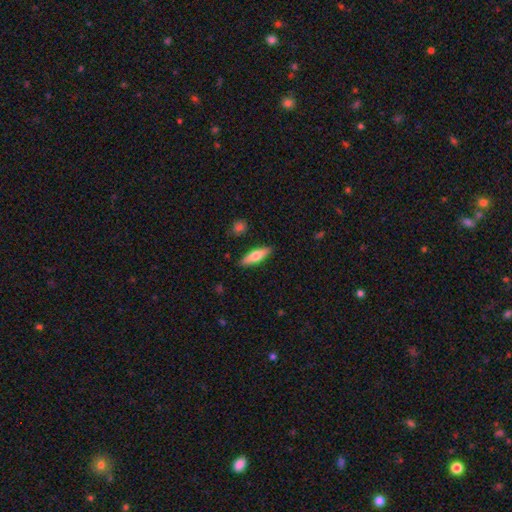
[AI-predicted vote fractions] Smooth or featured? Predicted: smooth (p=0.63). How rounded? Predicted: cigar-shaped (p=0.53). Merging? Predicted: none (p=0.88).